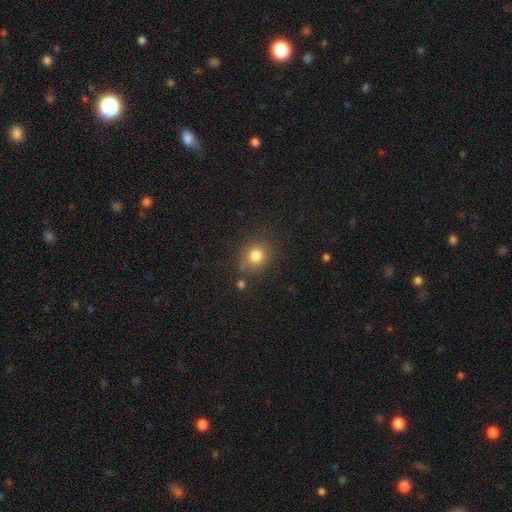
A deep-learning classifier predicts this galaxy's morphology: Overall: smooth (81%). How rounded: round (73%). Merging: none (78%).